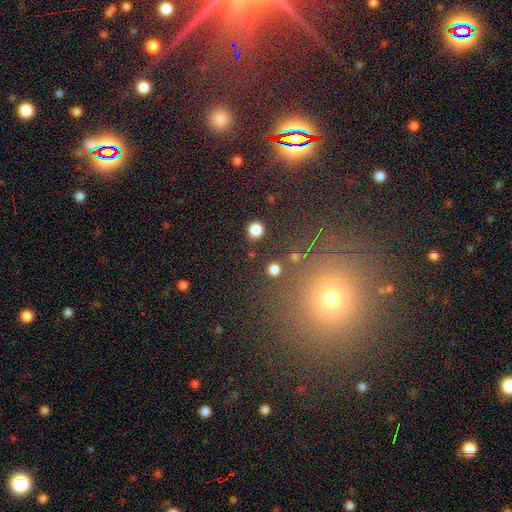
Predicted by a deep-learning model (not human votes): Smooth or featured? star or artifact (46%)